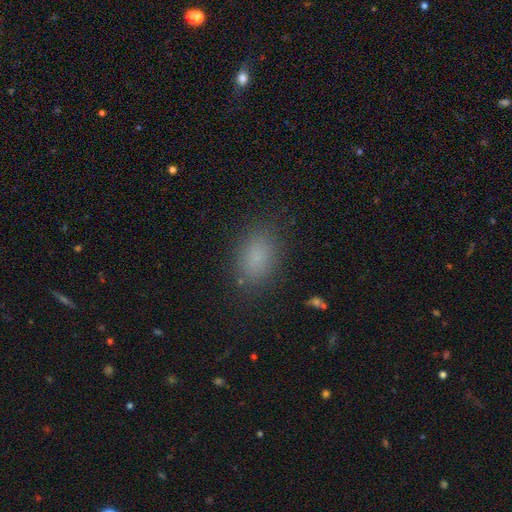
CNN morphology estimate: The model was most divided on "how rounded": in between: 83%, round: 15%, cigar-shaped: 2%. More confident: merging — none (84%); smooth or featured — smooth (82%).